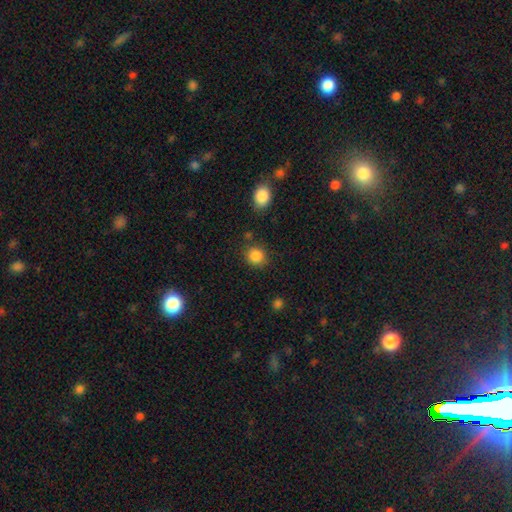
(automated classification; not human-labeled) Smooth or featured? smooth (86%)
How rounded? round (82%)
Merging? none (82%)